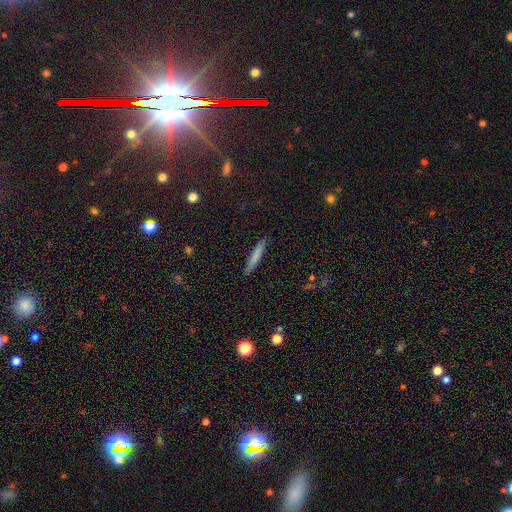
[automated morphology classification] type=smooth (75%); roundness=cigar-shaped (93%); merging=none (89%).